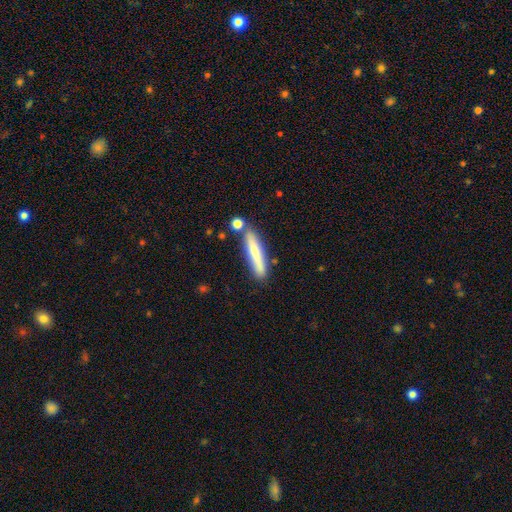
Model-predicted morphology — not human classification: type=smooth (65%); roundness=cigar-shaped (88%); merging=none (74%).